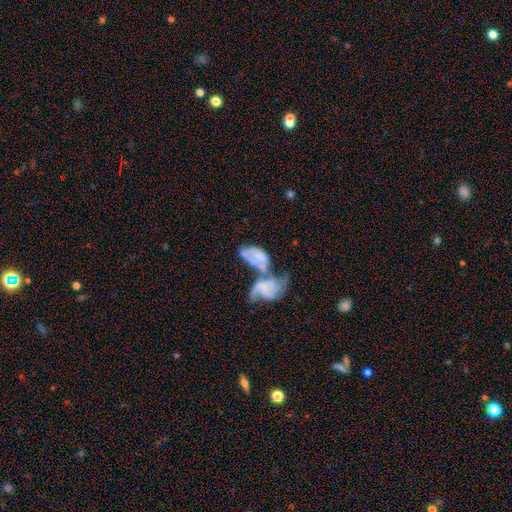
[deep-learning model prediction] Smooth or featured? featured or disk (52%)
Edge-on disk? no (96%)
Merging? merger (70%)